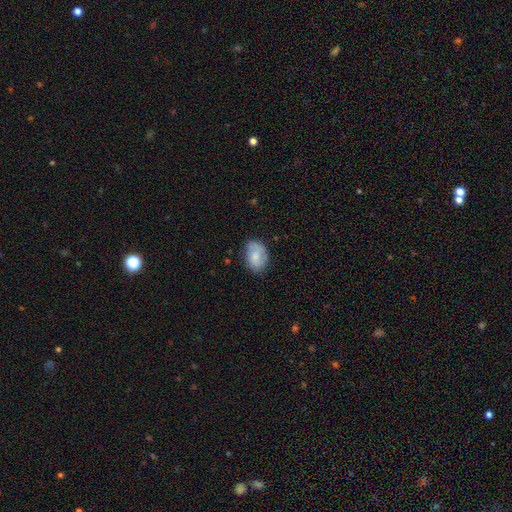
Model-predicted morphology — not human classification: A smooth galaxy with no disk features (74%) that is in between round and cigar-shaped (81%). Merging: none (65%).